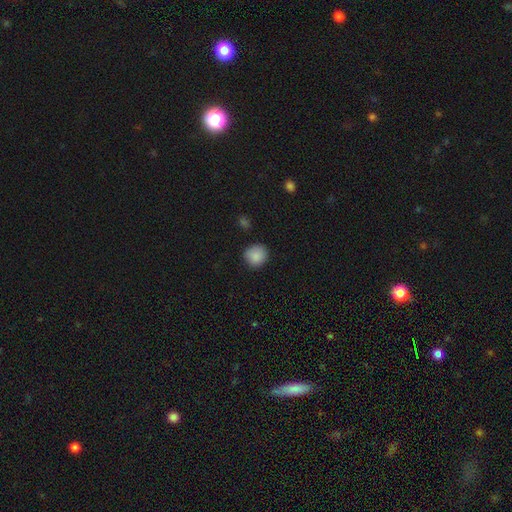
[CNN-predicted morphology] Smooth or featured?
  - smooth: 88% *
  - star or artifact: 8%
  - featured or disk: 3%
How rounded?
  - round: 89% *
  - in between: 10%
  - cigar-shaped: 1%
Merging?
  - none: 87% *
  - minor disturbance: 9%
  - major disturbance: 2%
  - merger: 2%